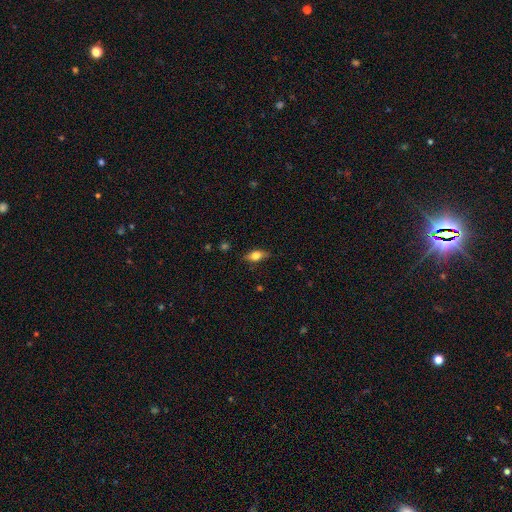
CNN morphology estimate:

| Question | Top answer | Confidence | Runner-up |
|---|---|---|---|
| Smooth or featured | smooth | 67% | featured or disk (25%) |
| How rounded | in between | 79% | cigar-shaped (15%) |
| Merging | none | 81% | minor disturbance (15%) |